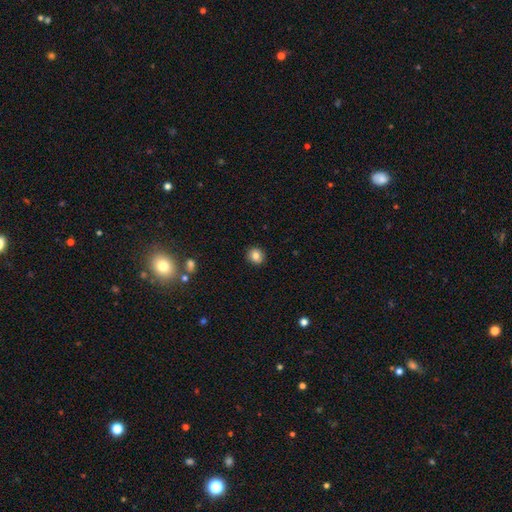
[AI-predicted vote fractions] Smooth or featured: smooth — 83% (star or artifact — 10%)
How rounded: round — 84% (in between — 15%)
Merging: none — 91% (minor disturbance — 6%)